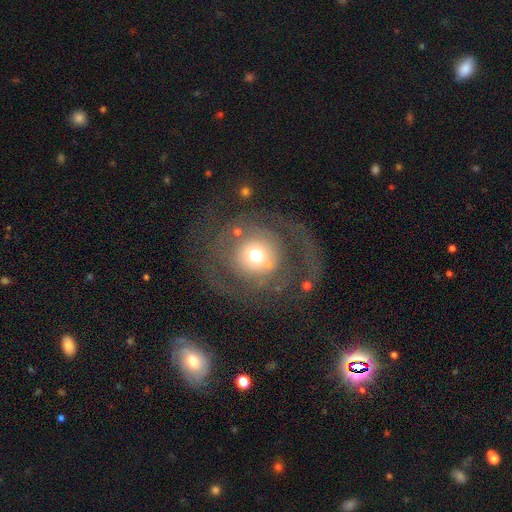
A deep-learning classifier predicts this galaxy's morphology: Smooth or featured: featured or disk — 50% (smooth — 39%)
Edge-on disk: no — 96% (yes — 4%)
Merging: none — 54% (major disturbance — 29%)